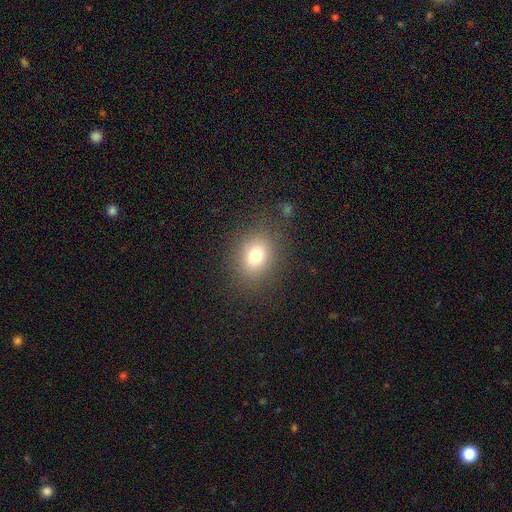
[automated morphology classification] Smooth or featured? smooth (75%)
How rounded? in between (51%)
Merging? none (81%)